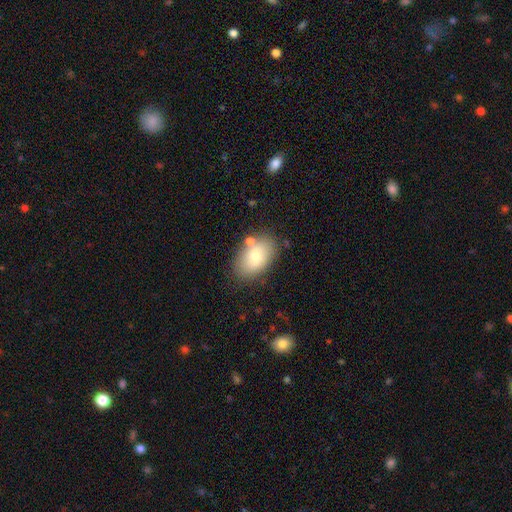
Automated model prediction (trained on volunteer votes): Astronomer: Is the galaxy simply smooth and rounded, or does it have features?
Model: smooth — 72%.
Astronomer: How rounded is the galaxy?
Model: in between — 89%.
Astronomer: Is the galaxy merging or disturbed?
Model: none — 76%.